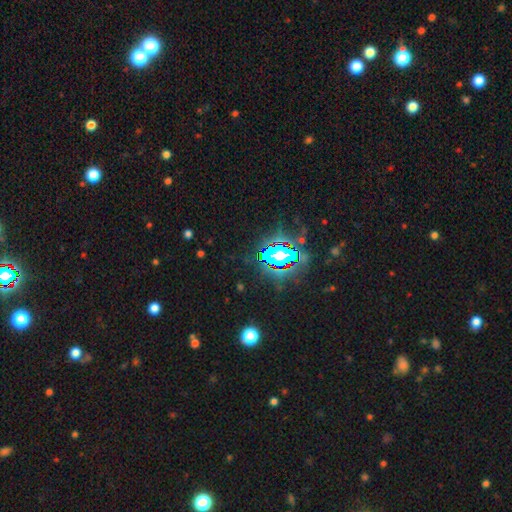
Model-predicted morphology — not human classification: Smooth or featured?
  - star or artifact: 83% *
  - smooth: 10%
  - featured or disk: 7%